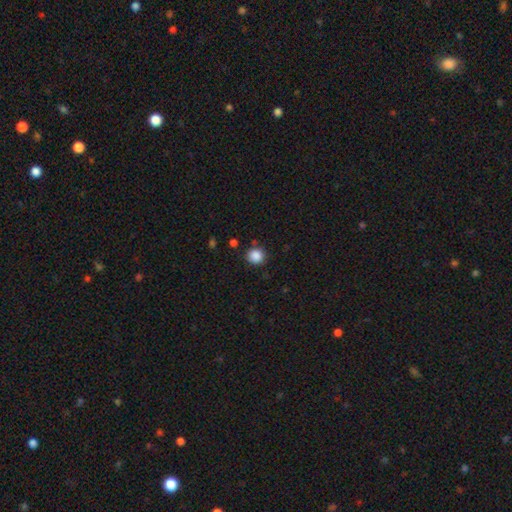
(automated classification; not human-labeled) smooth_or_featured: smooth (p=0.87) [alt: star or artifact p=0.10]
how_rounded: round (p=0.89) [alt: in between p=0.10]
merging: none (p=0.85) [alt: minor disturbance p=0.09]